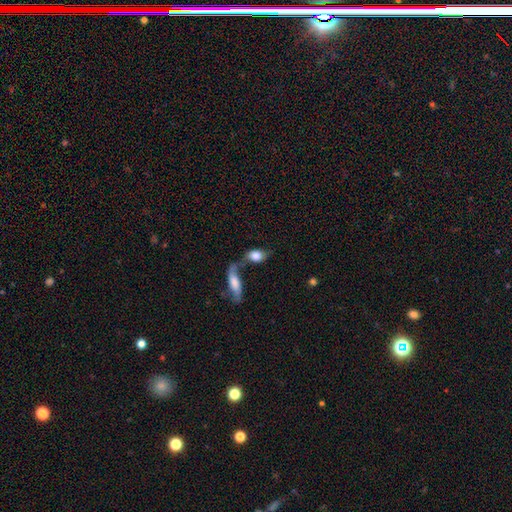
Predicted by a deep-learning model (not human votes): Smooth or featured? Predicted: smooth (p=0.73). How rounded? Predicted: in between (p=0.84). Merging? Predicted: merger (p=0.53).